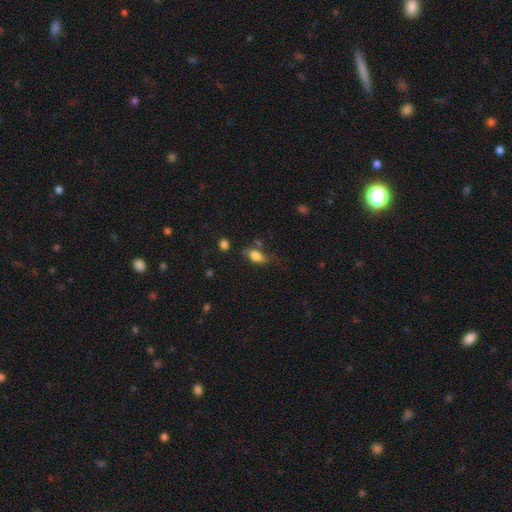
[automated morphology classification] A smooth galaxy with no disk features (73%) that is in between round and cigar-shaped (83%). Merging: none (49%).